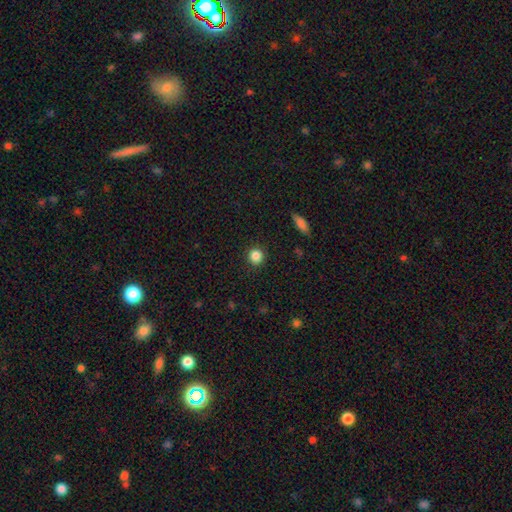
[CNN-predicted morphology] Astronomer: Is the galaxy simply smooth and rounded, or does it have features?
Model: smooth — 85%.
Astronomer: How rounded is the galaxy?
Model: round — 92%.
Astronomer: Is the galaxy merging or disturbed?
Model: none — 91%.